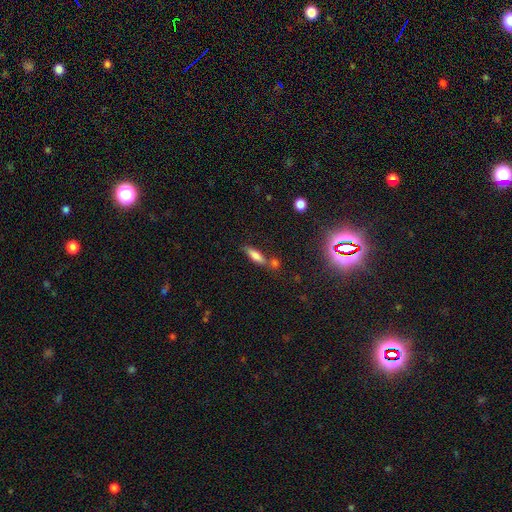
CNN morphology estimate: Smooth or featured? smooth (71%)
How rounded? cigar-shaped (57%)
Merging? none (60%)